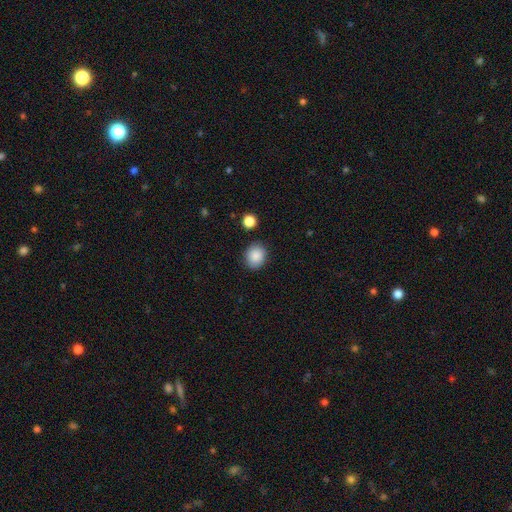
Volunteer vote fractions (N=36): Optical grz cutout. It shows a smooth galaxy with no disk features (100%) that is round (72%). Merging: none (94%).